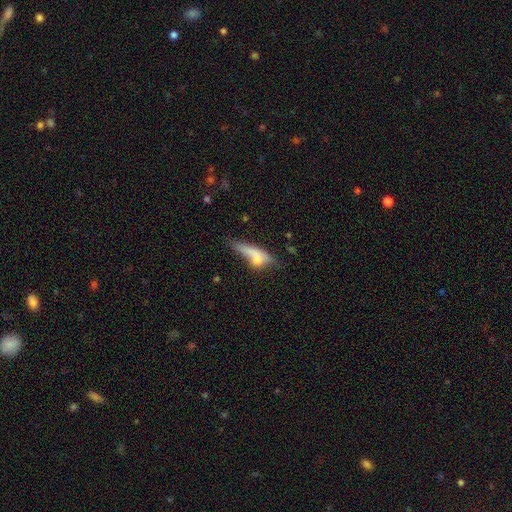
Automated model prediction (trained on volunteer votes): A smooth galaxy with no disk features (62%) that is cigar-shaped (54%).

Vote fractions:
- Smooth or featured? smooth: 62% / featured or disk: 29% / star or artifact: 9%
- How rounded? cigar-shaped: 54% / in between: 40% / round: 6%
- Merging? none: 34% / merger: 23% / minor disturbance: 23% / major disturbance: 21%